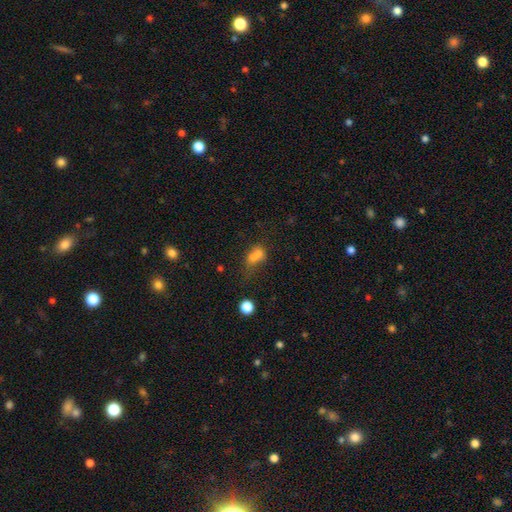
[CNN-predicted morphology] Smooth or featured: smooth — 67% (featured or disk — 18%)
How rounded: in between — 54% (round — 43%)
Merging: merger — 56% (none — 23%)